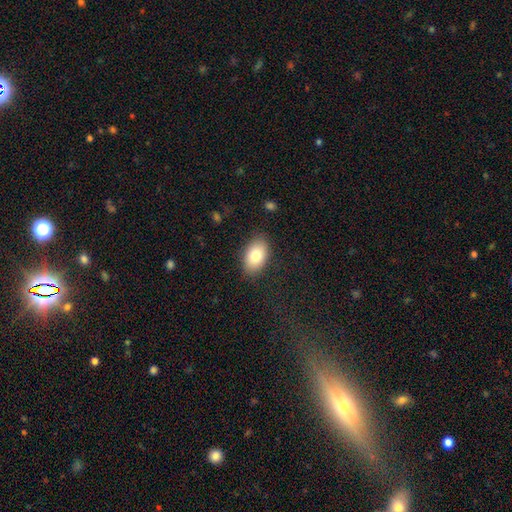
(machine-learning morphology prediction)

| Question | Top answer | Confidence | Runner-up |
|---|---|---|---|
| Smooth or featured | smooth | 80% | featured or disk (13%) |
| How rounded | in between | 91% | round (7%) |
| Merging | none | 85% | minor disturbance (11%) |